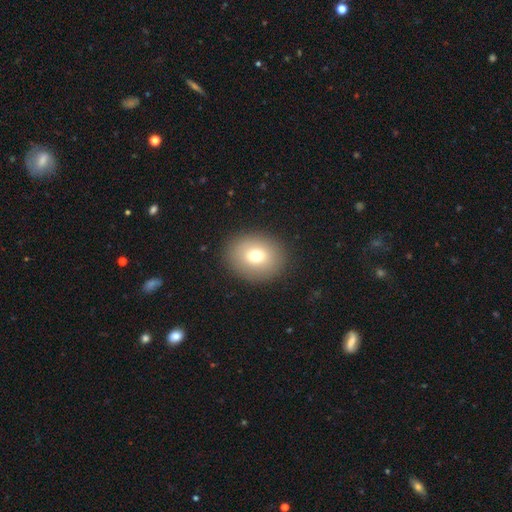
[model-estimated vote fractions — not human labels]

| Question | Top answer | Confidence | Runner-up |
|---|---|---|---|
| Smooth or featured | smooth | 73% | featured or disk (16%) |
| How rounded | round | 61% | in between (38%) |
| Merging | none | 89% | minor disturbance (7%) |